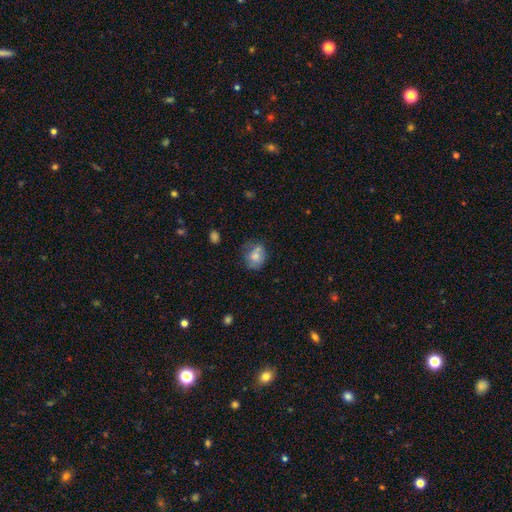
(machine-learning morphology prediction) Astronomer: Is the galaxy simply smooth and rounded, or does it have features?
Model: smooth — 71%.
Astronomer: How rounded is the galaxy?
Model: round — 60% (runner-up: in between, 39%).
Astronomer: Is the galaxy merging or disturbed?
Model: none — 48% (runner-up: minor disturbance, 25%).